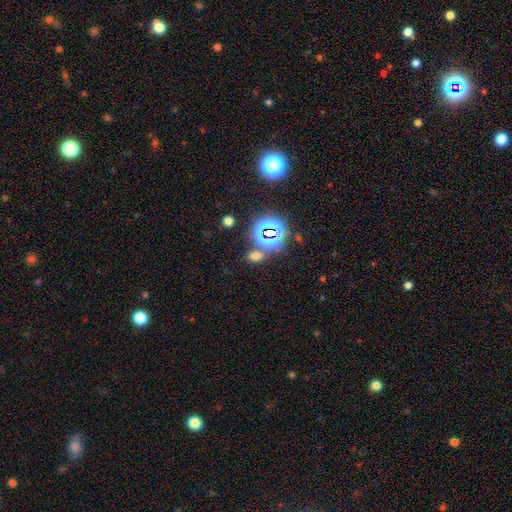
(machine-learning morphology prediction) Smooth or featured? smooth (55%)
How rounded? in between (71%)
Merging? none (72%)